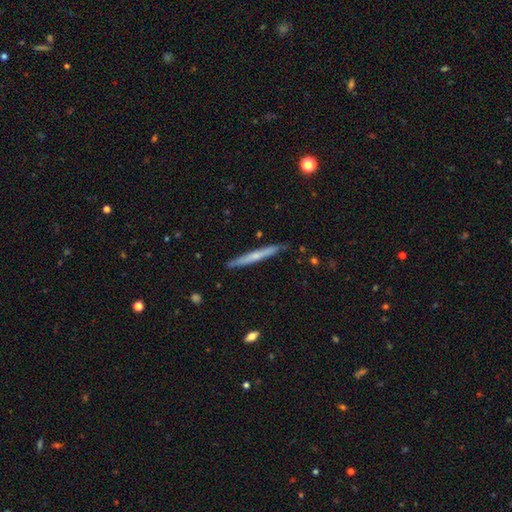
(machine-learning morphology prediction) smooth-or-featured: featured or disk: 48% | smooth: 46% | star or artifact: 6%
  merging: none: 88% | minor disturbance: 9% | major disturbance: 1% | merger: 1%